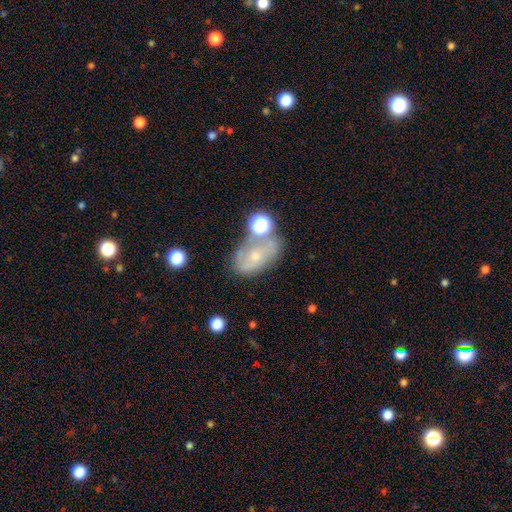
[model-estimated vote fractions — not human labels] Smooth or featured: featured or disk — 49% (smooth — 38%)
Merging: none — 45% (minor disturbance — 23%)